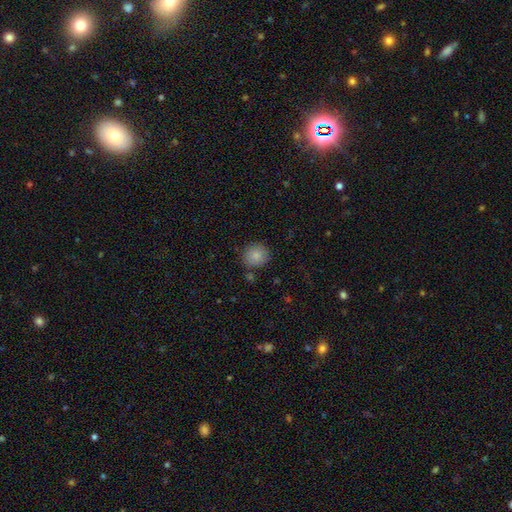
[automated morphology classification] A smooth galaxy with no disk features (87%) that is round (87%). Merging: none (82%).